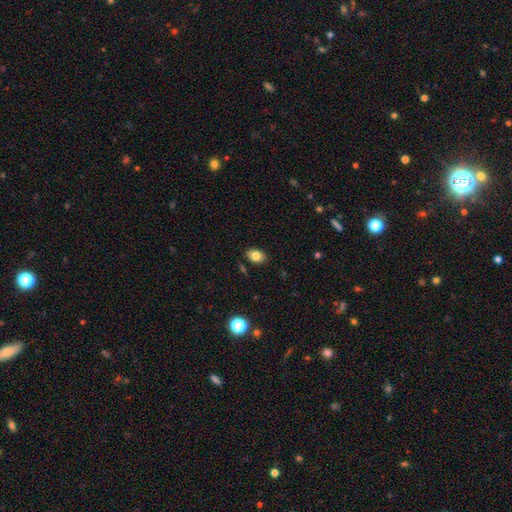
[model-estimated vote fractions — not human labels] This appears to be a smooth galaxy with no disk features (82%) that is in between round and cigar-shaped (82%). Merging: none (86%).